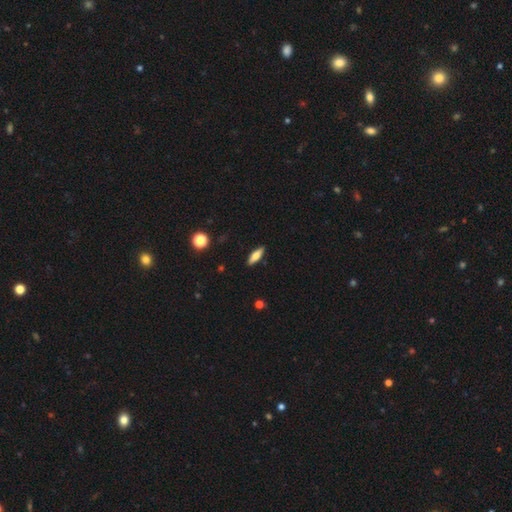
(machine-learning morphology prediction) Smooth or featured?
  - smooth: 62% *
  - featured or disk: 32%
  - star or artifact: 7%
How rounded?
  - in between: 49% *
  - cigar-shaped: 48%
  - round: 3%
Merging?
  - none: 89% *
  - minor disturbance: 8%
  - major disturbance: 2%
  - merger: 1%